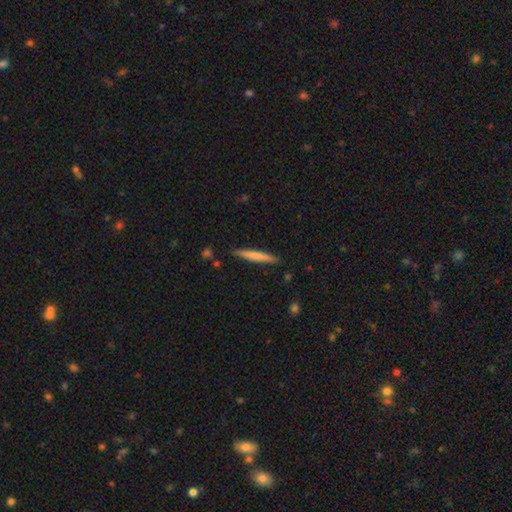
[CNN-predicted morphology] A smooth galaxy with no disk features (69%) that is cigar-shaped (95%). Merging: none (88%).